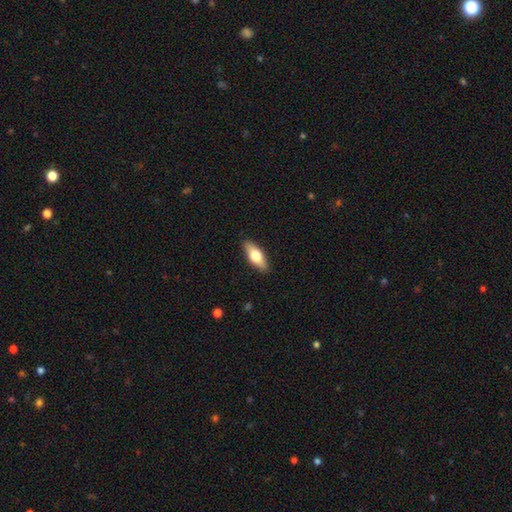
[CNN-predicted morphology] A smooth galaxy with no disk features (61%) that is in between round and cigar-shaped (70%). Merging: none (88%).